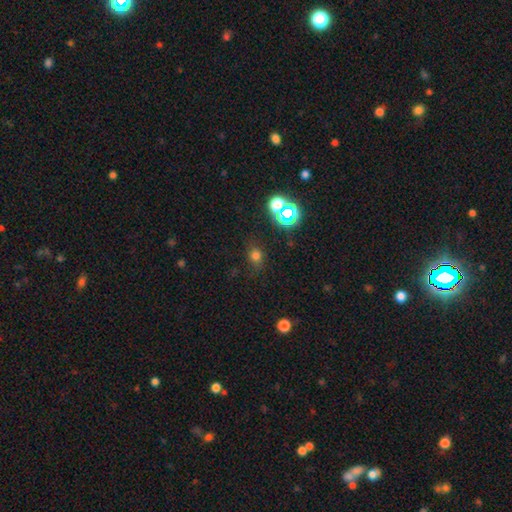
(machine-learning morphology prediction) Smooth or featured? Predicted: smooth (p=0.69). How rounded? Predicted: round (p=0.67). Merging? Predicted: none (p=0.76).